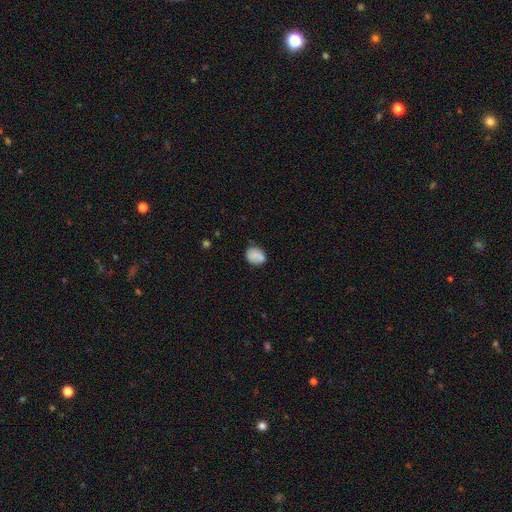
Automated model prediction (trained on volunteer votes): smooth-or-featured: smooth: 72% | featured or disk: 19% | star or artifact: 9%
  how-rounded: round: 58% | in between: 41% | cigar-shaped: 1%
  merging: none: 64% | minor disturbance: 23% | merger: 6% | major disturbance: 6%